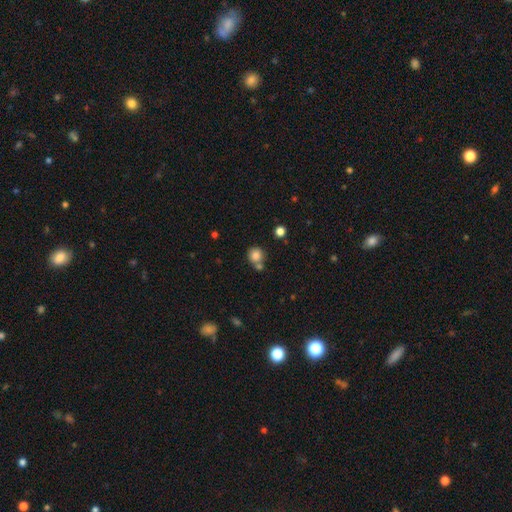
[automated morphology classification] Smooth or featured?
  - smooth: 81% *
  - star or artifact: 11%
  - featured or disk: 8%
How rounded?
  - round: 88% *
  - in between: 11%
  - cigar-shaped: 1%
Merging?
  - none: 63% *
  - merger: 23%
  - minor disturbance: 10%
  - major disturbance: 3%